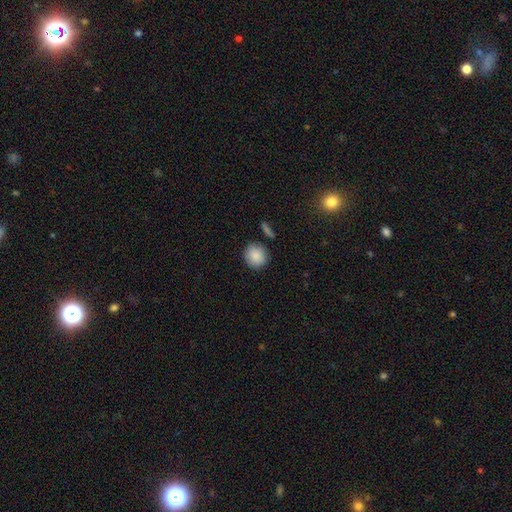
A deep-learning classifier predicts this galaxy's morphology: smooth 87%, star or artifact 8%, featured or disk 5%. Down the decision tree: how rounded — round (90%); merging — none (85%).